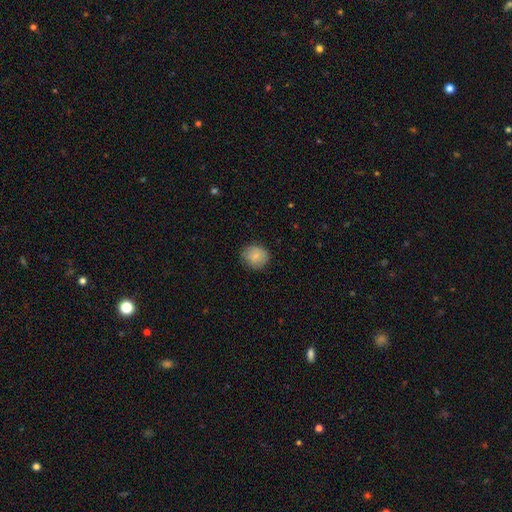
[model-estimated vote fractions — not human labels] A smooth galaxy with no disk features (84%) that is round (77%). Merging: none (82%).